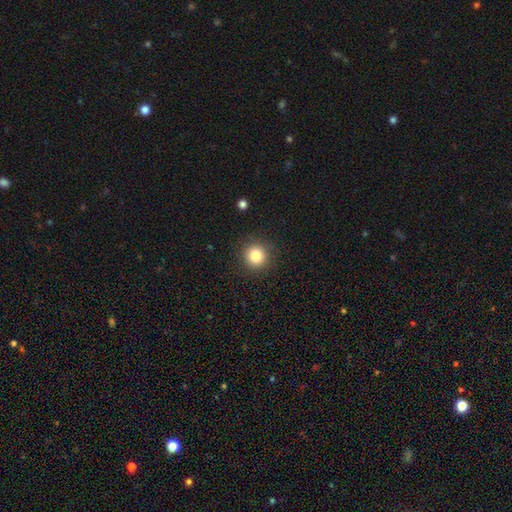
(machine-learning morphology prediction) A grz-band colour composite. It shows a smooth galaxy with no disk features (82%) that is round (94%). Merging: none (90%).